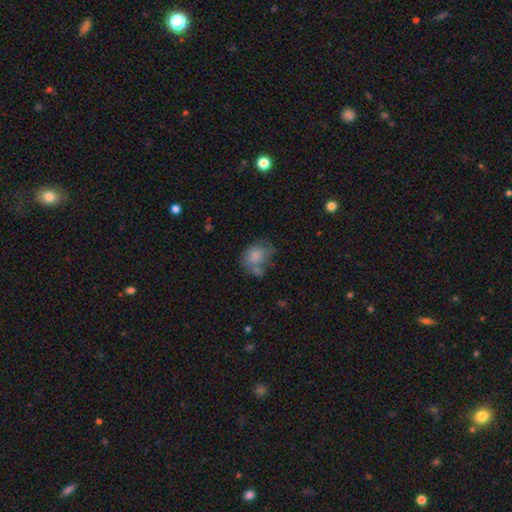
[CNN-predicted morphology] Smooth or featured? smooth (75%)
How rounded? round (52%)
Merging? none (38%)